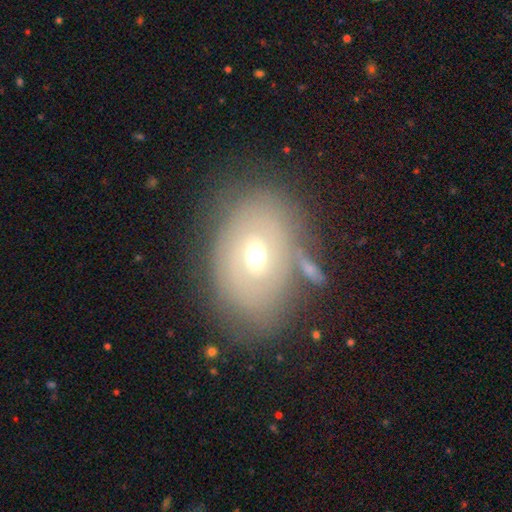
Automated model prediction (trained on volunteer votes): Smooth or featured: featured or disk — 57% (smooth — 35%)
Edge-on disk: no — 91% (yes — 9%)
Bar: weak — 43% (tied with no — 43%)
Spiral arms: no — 53% (yes — 47%)
Bulge size: moderate — 64% (small — 27%)
Merging: none — 62% (minor disturbance — 18%)